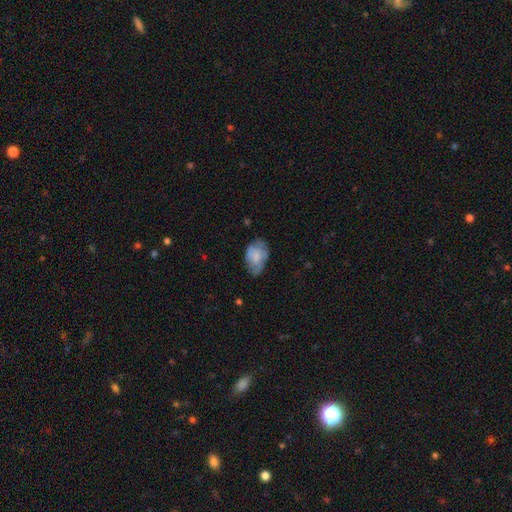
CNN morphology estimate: Smooth or featured? smooth (70%)
How rounded? in between (89%)
Merging? none (53%)